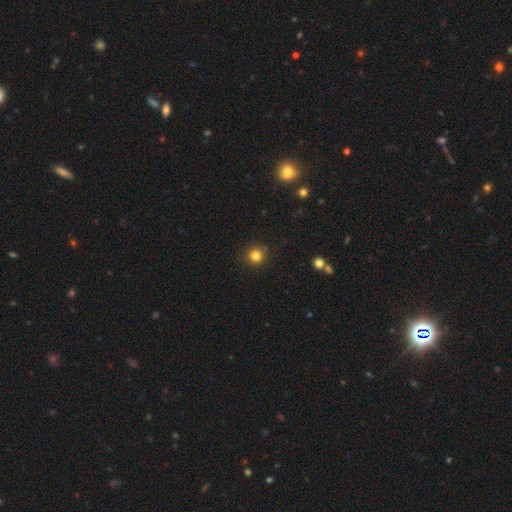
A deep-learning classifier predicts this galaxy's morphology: Overall: smooth (82%). How rounded: round (94%). Merging: none (87%).